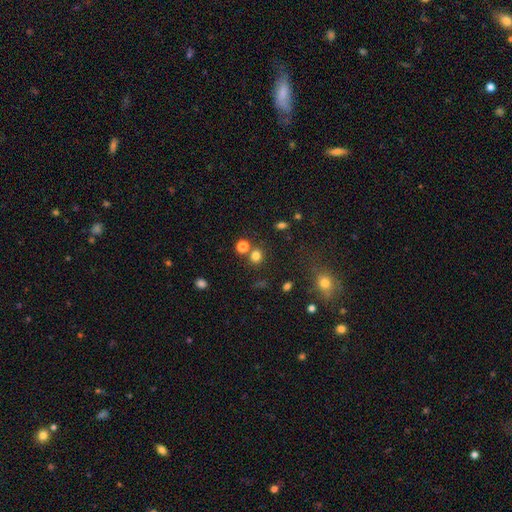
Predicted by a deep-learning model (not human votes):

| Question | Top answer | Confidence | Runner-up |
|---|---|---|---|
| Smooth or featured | smooth | 77% | star or artifact (17%) |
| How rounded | round | 80% | in between (19%) |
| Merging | none | 72% | merger (16%) |